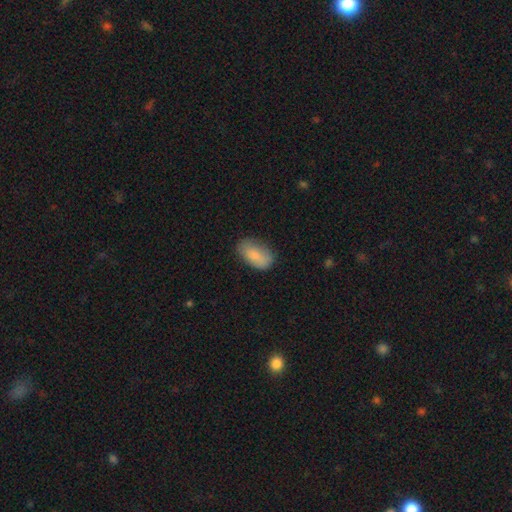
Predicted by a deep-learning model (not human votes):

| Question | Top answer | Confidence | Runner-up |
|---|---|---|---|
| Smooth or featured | smooth | 82% | featured or disk (11%) |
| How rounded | in between | 92% | round (6%) |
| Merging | none | 76% | minor disturbance (19%) |